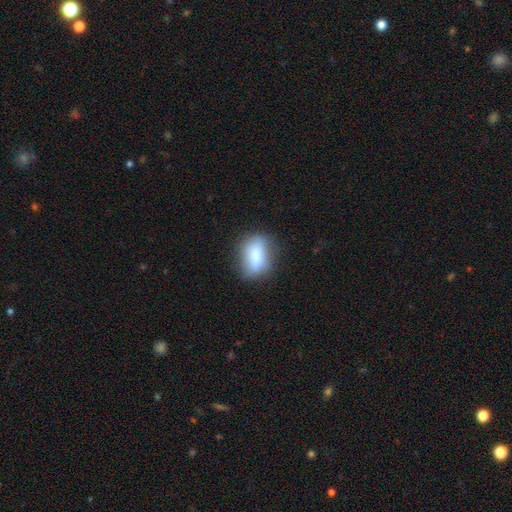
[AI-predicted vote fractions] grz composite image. It shows a smooth galaxy with no disk features (75%) that is in between round and cigar-shaped (75%). Merging: none (72%).